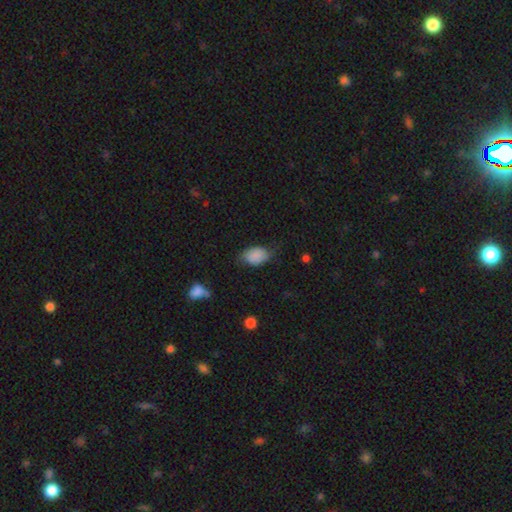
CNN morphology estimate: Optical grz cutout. It shows a smooth galaxy with no disk features (81%) that is in between round and cigar-shaped (86%). Merging: none (57%).